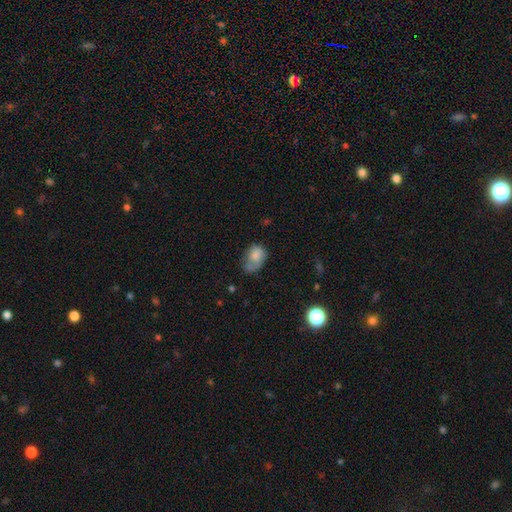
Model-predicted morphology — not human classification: Smooth or featured? Predicted: smooth (p=0.74). How rounded? Predicted: in between (p=0.69). Merging? Predicted: none (p=0.33, tied with minor disturbance).